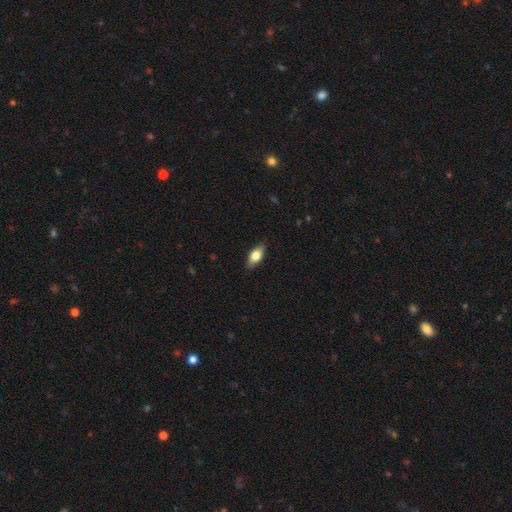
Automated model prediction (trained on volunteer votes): The model was most divided on "smooth or featured": smooth: 73%, featured or disk: 20%, star or artifact: 7%. More confident: how rounded — in between (84%); merging — none (84%).